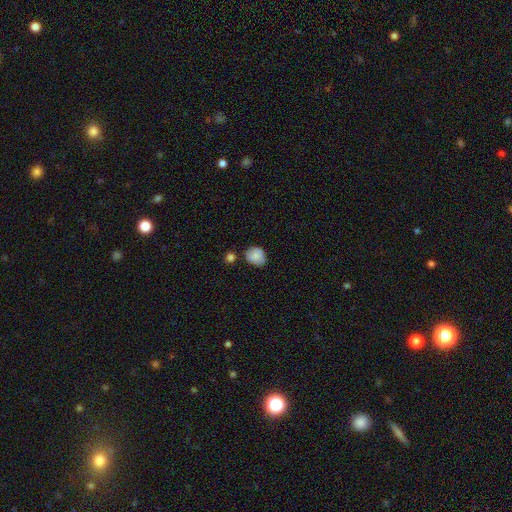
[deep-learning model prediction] A smooth galaxy with no disk features (84%) that is round (60%).

Vote fractions:
- Smooth or featured? smooth: 84% / featured or disk: 9% / star or artifact: 8%
- How rounded? round: 60% / in between: 39% / cigar-shaped: 1%
- Merging? none: 65% / minor disturbance: 22% / merger: 8% / major disturbance: 4%